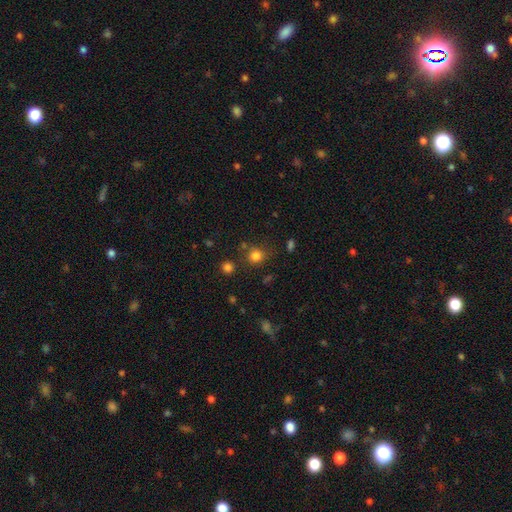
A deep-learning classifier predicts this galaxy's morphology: Q: Smooth or featured?
A: smooth (80%); runner-up: star or artifact (15%)
Q: How rounded?
A: round (85%); runner-up: in between (14%)
Q: Merging?
A: none (76%); runner-up: minor disturbance (12%)